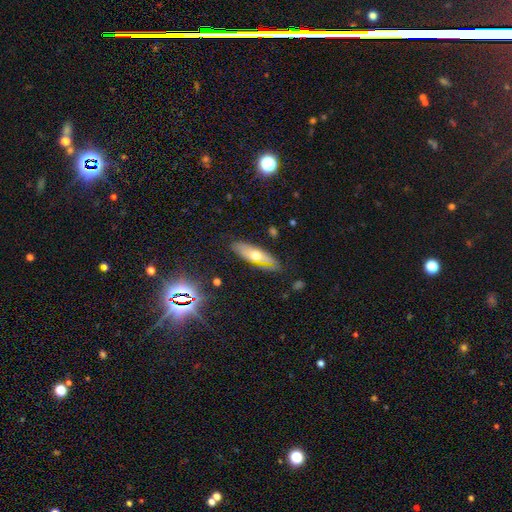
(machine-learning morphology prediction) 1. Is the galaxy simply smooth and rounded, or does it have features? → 47% featured or disk, 42% smooth, 11% star or artifact.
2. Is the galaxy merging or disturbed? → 76% none, 18% minor disturbance, 5% major disturbance, 2% merger.